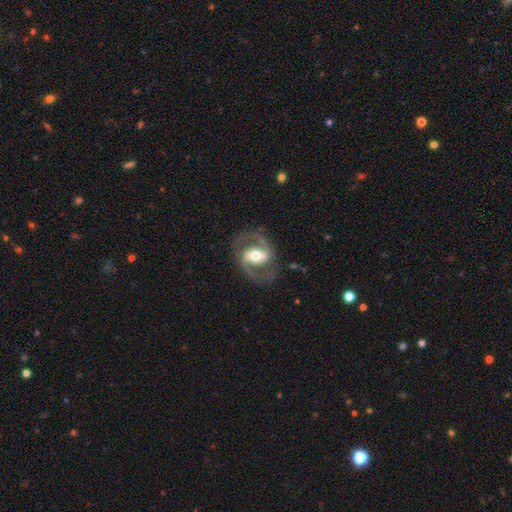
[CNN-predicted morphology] Overall: featured or disk (87%). Edge-on disk: no (97%). Bar: strong (46%; weak 34%). Spiral arms: yes (91%). Spiral arm count: 2 (92%). Spiral winding: medium (60%; loose 20%). Bulge size: moderate (67%). Merging: none (79%).